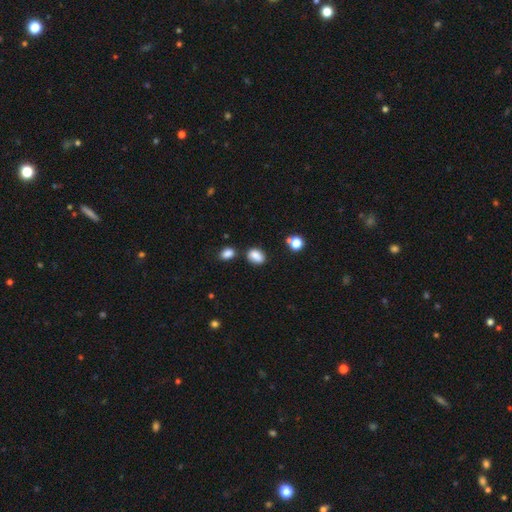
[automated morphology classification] Overall: smooth (83%). How rounded: in between (76%). Merging: none (69%).